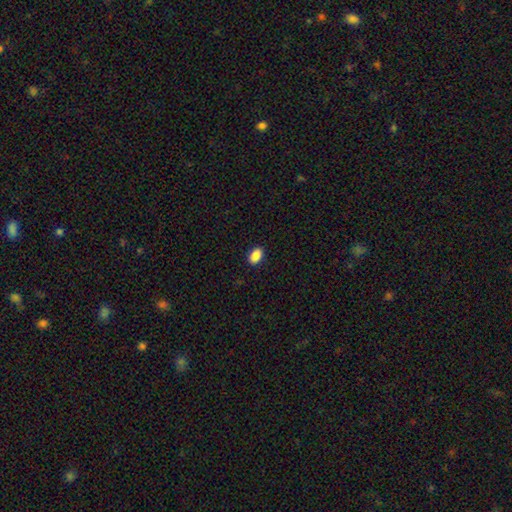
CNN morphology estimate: Overall: smooth (88%). How rounded: in between (90%). Merging: none (90%).